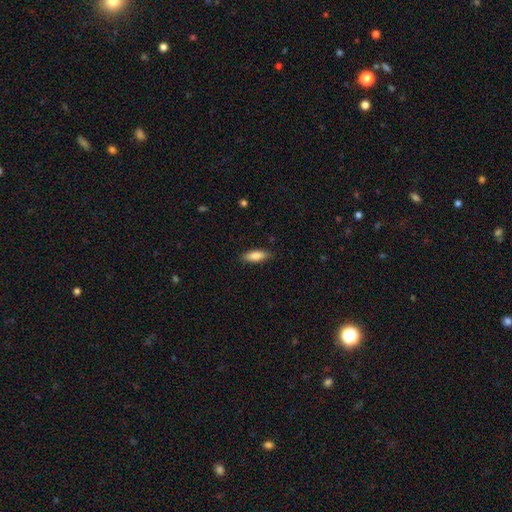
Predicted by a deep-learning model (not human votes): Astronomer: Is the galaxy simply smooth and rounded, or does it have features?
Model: smooth — 85%.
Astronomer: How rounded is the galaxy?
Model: in between — 66%.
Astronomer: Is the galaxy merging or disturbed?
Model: none — 85%.